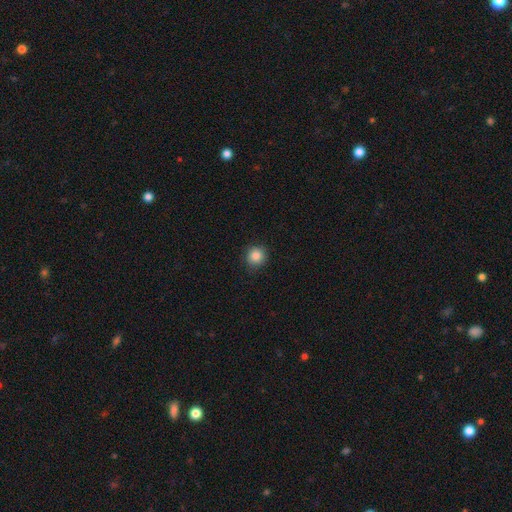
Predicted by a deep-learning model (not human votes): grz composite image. It shows a smooth galaxy with no disk features (86%) that is round (91%). Merging: none (86%).